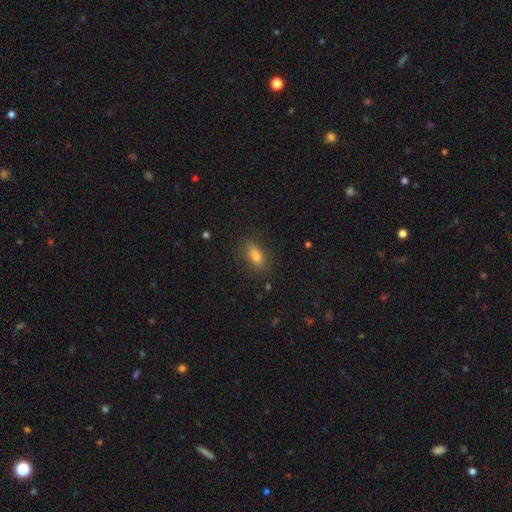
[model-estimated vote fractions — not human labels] smooth-or-featured: smooth: 80% | star or artifact: 11% | featured or disk: 8%
  how-rounded: in between: 84% | cigar-shaped: 9% | round: 7%
  merging: none: 85% | minor disturbance: 11% | major disturbance: 3% | merger: 1%